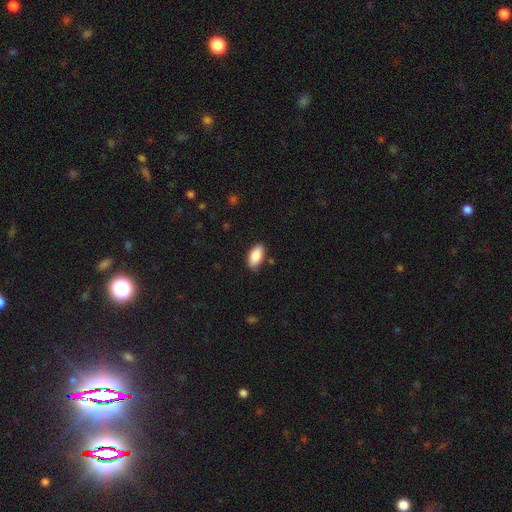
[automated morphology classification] smooth 87%, featured or disk 7%, star or artifact 6%. Down the decision tree: how rounded — in between (92%); merging — none (82%).